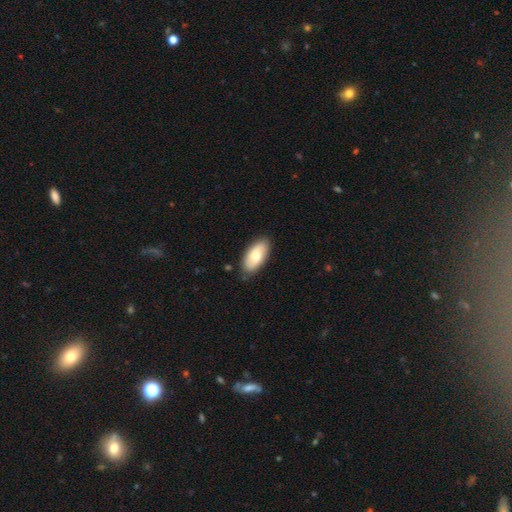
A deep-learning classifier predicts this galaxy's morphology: This is likely a smooth galaxy (72%). How rounded: clearly in between (93%). Merging: clearly none (86%).